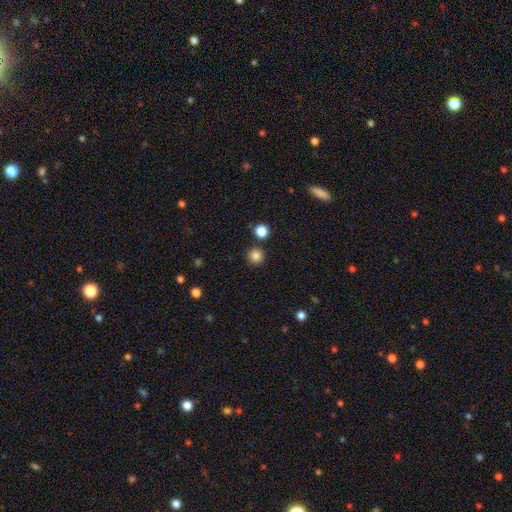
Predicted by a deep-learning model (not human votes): Smooth or featured? Predicted: smooth (p=0.84). How rounded? Predicted: round (p=0.95). Merging? Predicted: none (p=0.88).